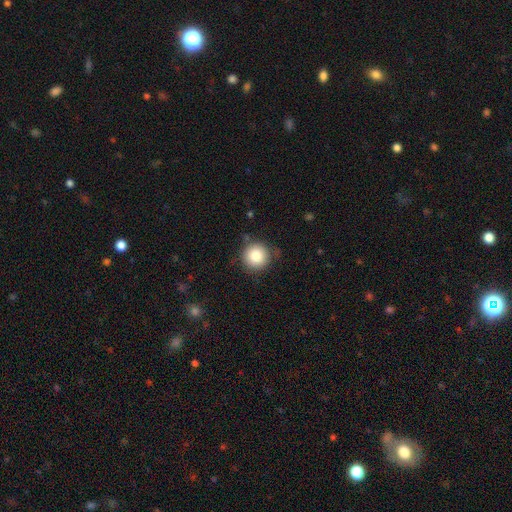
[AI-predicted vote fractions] Q: Smooth or featured?
A: smooth (84%); runner-up: star or artifact (9%)
Q: How rounded?
A: round (95%); runner-up: in between (4%)
Q: Merging?
A: none (81%); runner-up: minor disturbance (13%)